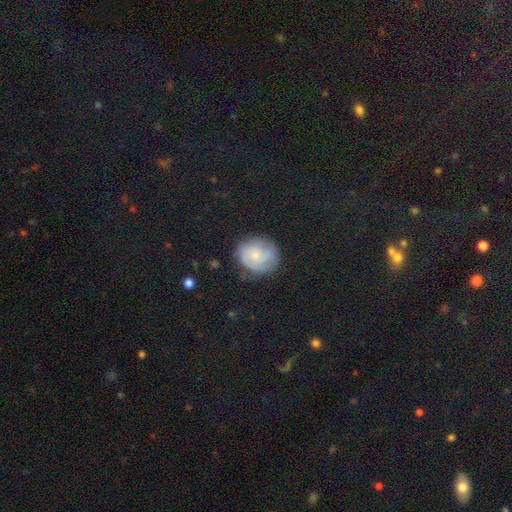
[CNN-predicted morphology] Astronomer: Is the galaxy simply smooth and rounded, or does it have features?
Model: featured or disk — 47% (runner-up: smooth, 43%).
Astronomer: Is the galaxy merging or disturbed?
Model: none — 72%.